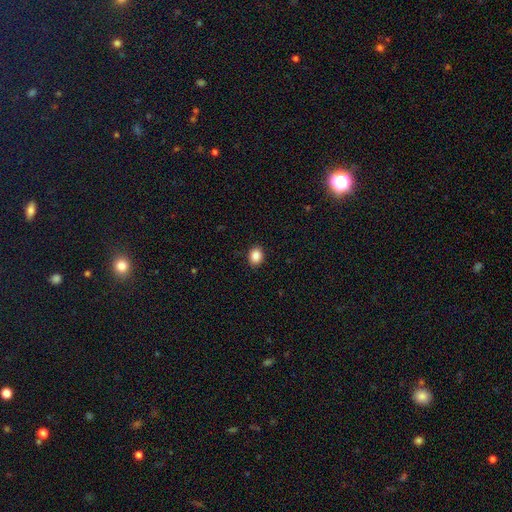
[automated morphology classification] type=smooth (88%); roundness=in between (51%); merging=none (91%).